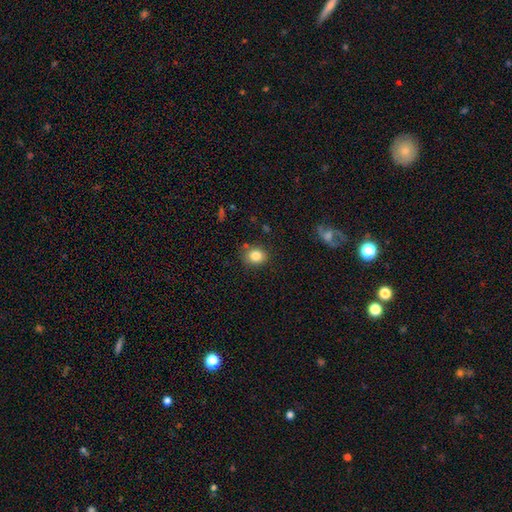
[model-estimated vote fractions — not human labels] This appears to be a smooth galaxy with no disk features (84%) that is round (68%). Merging: none (82%).